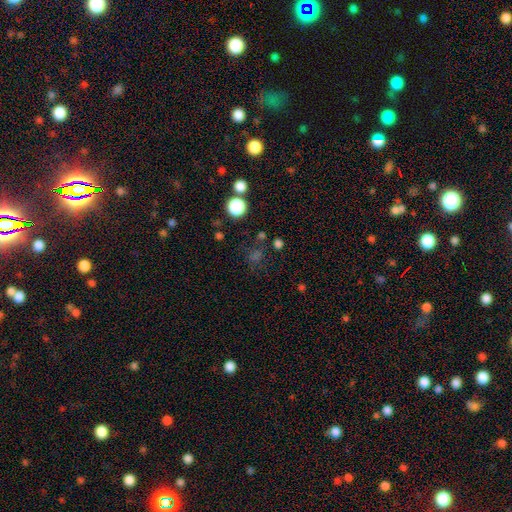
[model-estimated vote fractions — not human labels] This appears to be a smooth galaxy with no disk features (49%). Merging: none (74%).